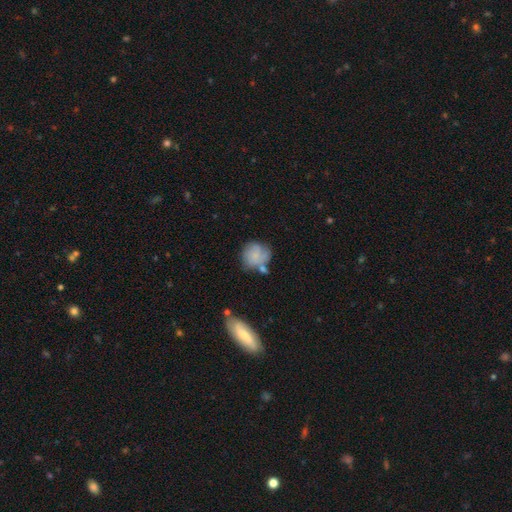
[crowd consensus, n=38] Volunteers were most divided on "smooth or featured": featured or disk: 47%, smooth: 45%, star or artifact: 8%. Remaining: edge-on disk — no (100%); bar — no (94%); spiral arms — yes (61%); bulge size — none (61%); spiral arm count — can't tell (55%); spiral winding — tight (45%); merging — merger (34%).